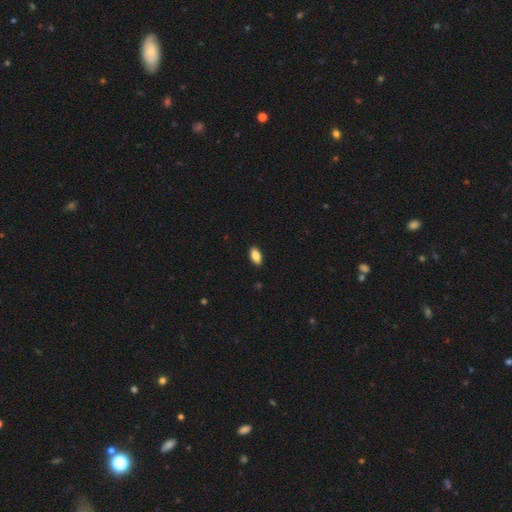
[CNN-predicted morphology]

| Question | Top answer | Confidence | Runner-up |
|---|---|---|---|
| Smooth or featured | smooth | 87% | star or artifact (7%) |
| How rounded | in between | 92% | cigar-shaped (5%) |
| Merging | none | 90% | minor disturbance (7%) |